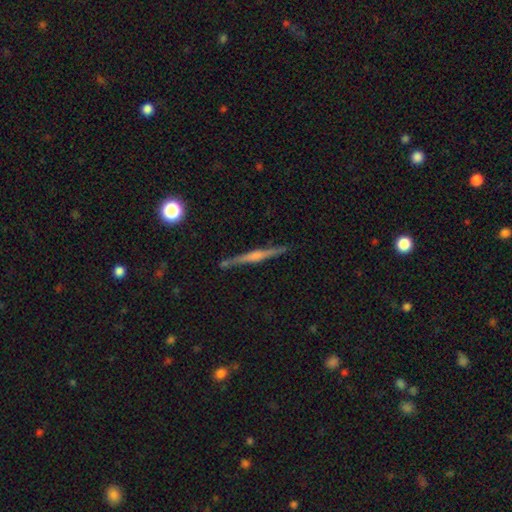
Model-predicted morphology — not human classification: smooth-or-featured: featured or disk: 76% | smooth: 16% | star or artifact: 8%
  disk-edge-on: yes: 98% | no: 2%
    edge-on-bulge: rounded: 74% | none: 16% | boxy: 10%
  merging: none: 91% | minor disturbance: 6% | major disturbance: 1% | merger: 1%